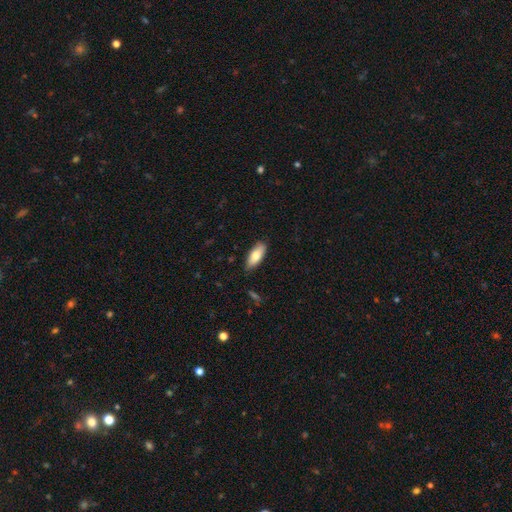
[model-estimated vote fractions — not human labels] smooth 77%, featured or disk 17%, star or artifact 6%. Down the decision tree: how rounded — in between (79%); merging — none (83%).